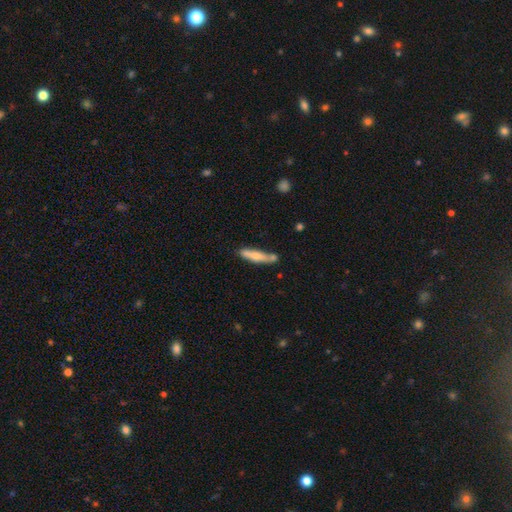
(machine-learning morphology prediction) Smooth or featured? Predicted: smooth (p=0.66). How rounded? Predicted: cigar-shaped (p=0.86). Merging? Predicted: none (p=0.66).